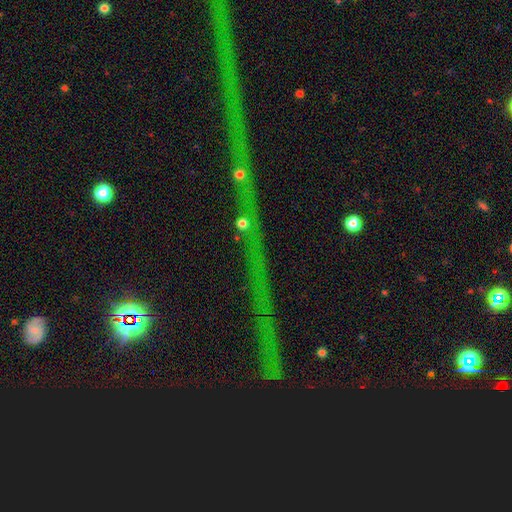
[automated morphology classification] Smooth or featured?
  - star or artifact: 84% *
  - featured or disk: 9%
  - smooth: 7%